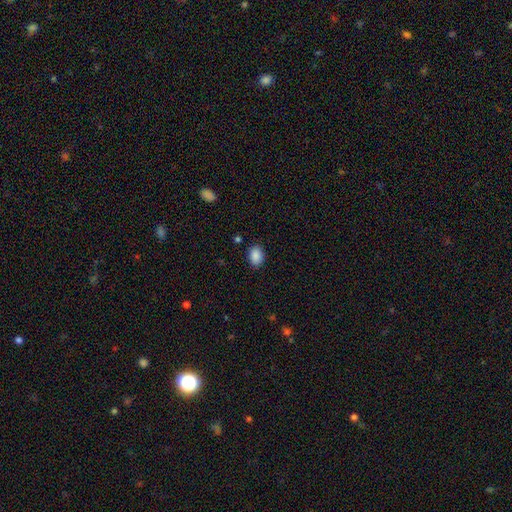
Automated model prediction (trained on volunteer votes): The model was most divided on "how rounded": in between: 74%, round: 25%, cigar-shaped: 1%. More confident: smooth or featured — smooth (88%); merging — none (86%).